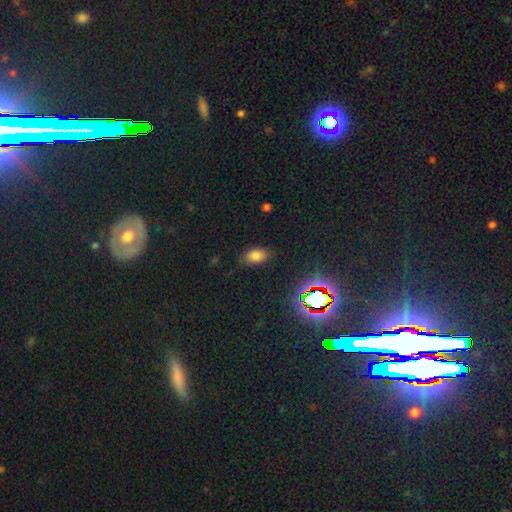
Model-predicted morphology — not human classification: Smooth or featured?
  - smooth: 76% *
  - star or artifact: 17%
  - featured or disk: 6%
How rounded?
  - in between: 88% *
  - round: 10%
  - cigar-shaped: 2%
Merging?
  - none: 79% *
  - minor disturbance: 16%
  - major disturbance: 4%
  - merger: 1%